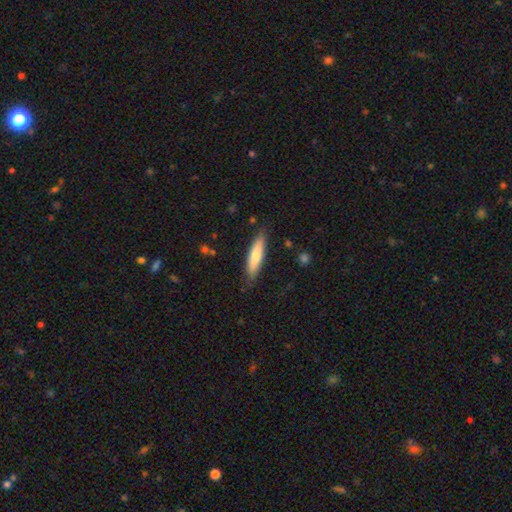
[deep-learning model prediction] The model was most divided on "smooth or featured": smooth: 72%, featured or disk: 23%, star or artifact: 5%. More confident: merging — none (84%); how rounded — cigar-shaped (75%).